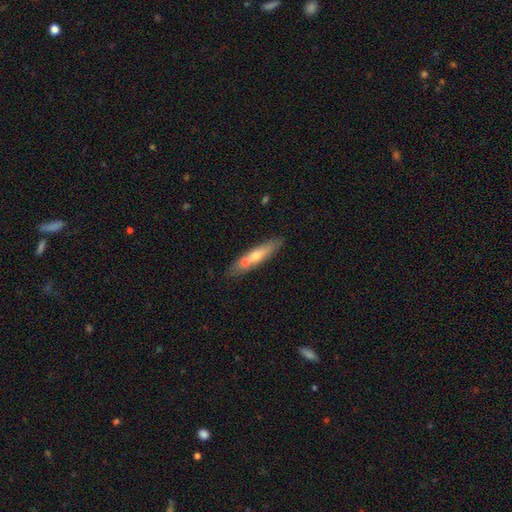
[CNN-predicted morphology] This appears to be a smooth galaxy with no disk features (52%) that is cigar-shaped (80%). Merging: none (62%).